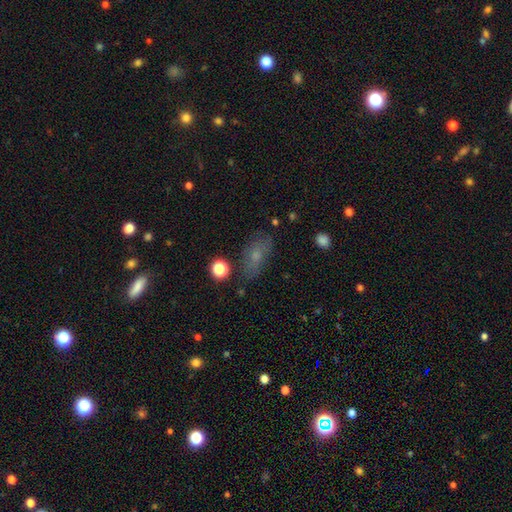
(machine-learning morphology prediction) Smooth or featured?
  - smooth: 61% *
  - featured or disk: 24%
  - star or artifact: 16%
How rounded?
  - in between: 79% *
  - cigar-shaped: 11%
  - round: 10%
Merging?
  - none: 72% *
  - minor disturbance: 18%
  - major disturbance: 7%
  - merger: 3%